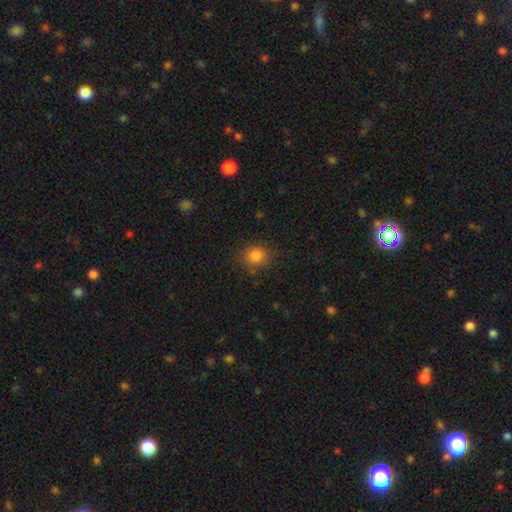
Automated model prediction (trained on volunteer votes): Smooth or featured? Predicted: smooth (p=0.84). How rounded? Predicted: round (p=0.78). Merging? Predicted: none (p=0.81).